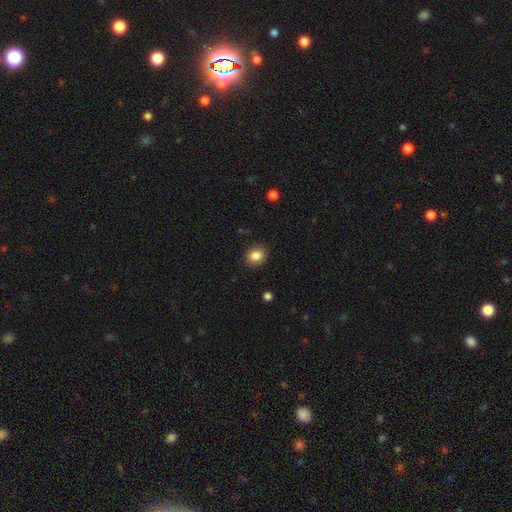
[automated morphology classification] Q: Smooth or featured?
A: smooth (85%); runner-up: star or artifact (9%)
Q: How rounded?
A: round (59%); runner-up: in between (40%)
Q: Merging?
A: none (87%); runner-up: minor disturbance (9%)